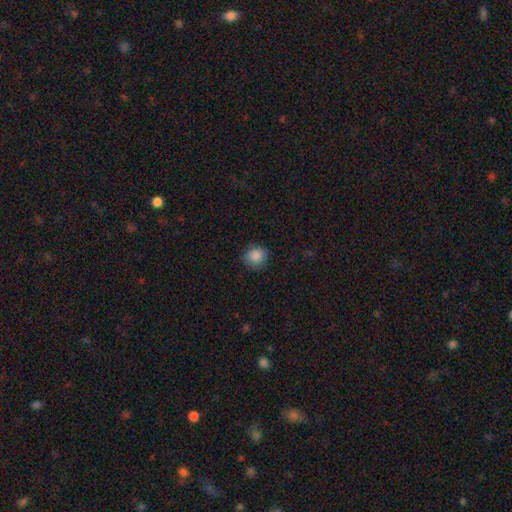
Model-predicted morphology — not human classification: smooth-or-featured: smooth: 87% | star or artifact: 9% | featured or disk: 4%
  how-rounded: round: 83% | in between: 16% | cigar-shaped: 1%
  merging: none: 84% | minor disturbance: 12% | major disturbance: 3% | merger: 1%